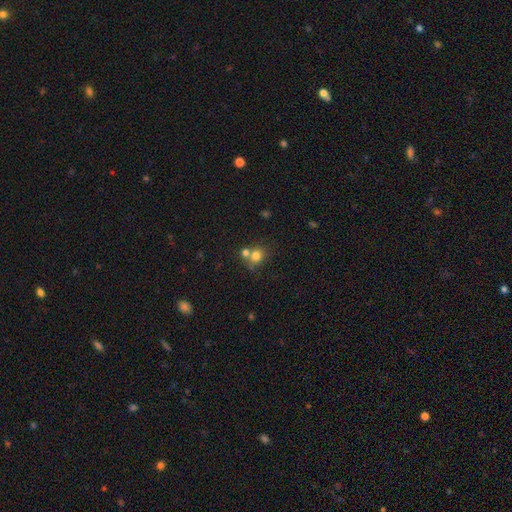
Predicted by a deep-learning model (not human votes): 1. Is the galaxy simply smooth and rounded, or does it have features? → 77% smooth, 12% star or artifact, 11% featured or disk.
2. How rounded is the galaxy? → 74% round, 25% in between, 1% cigar-shaped.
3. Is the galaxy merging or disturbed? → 45% none, 42% merger, 9% minor disturbance, 4% major disturbance.